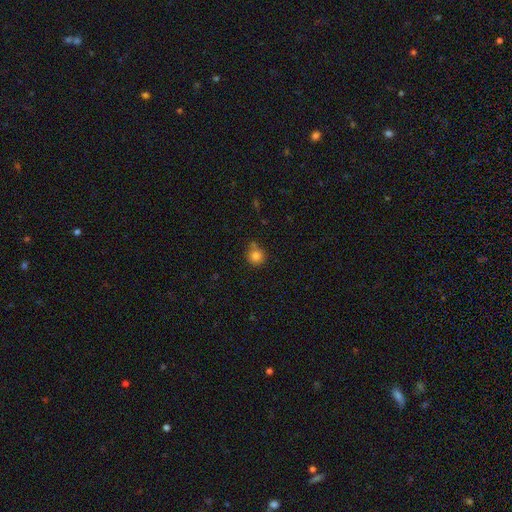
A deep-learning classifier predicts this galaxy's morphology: Smooth or featured? smooth (83%)
How rounded? round (92%)
Merging? none (73%)